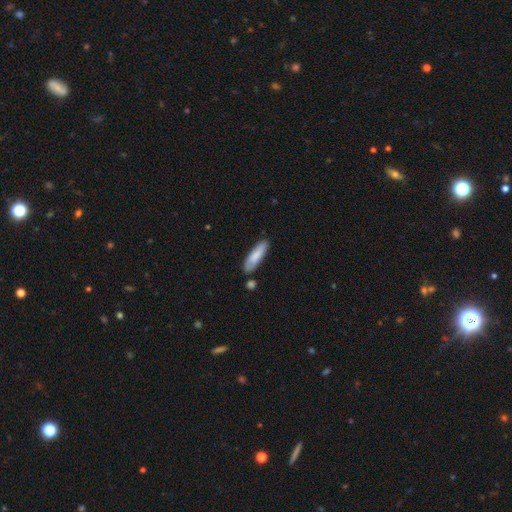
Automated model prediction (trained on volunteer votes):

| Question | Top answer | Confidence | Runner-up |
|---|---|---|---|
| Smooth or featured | smooth | 79% | featured or disk (15%) |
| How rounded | cigar-shaped | 64% | in between (35%) |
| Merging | none | 76% | minor disturbance (15%) |